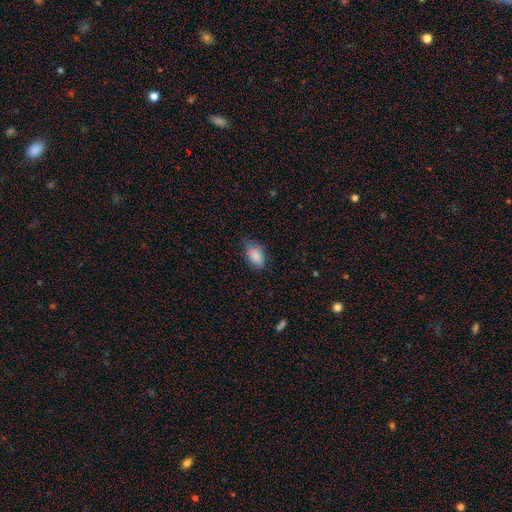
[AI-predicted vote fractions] Smooth or featured?
  - smooth: 79% *
  - star or artifact: 14%
  - featured or disk: 8%
How rounded?
  - in between: 91% *
  - round: 7%
  - cigar-shaped: 2%
Merging?
  - none: 67% *
  - minor disturbance: 24%
  - major disturbance: 6%
  - merger: 3%